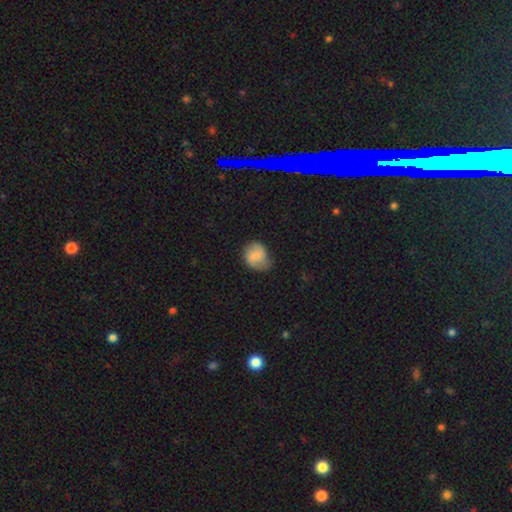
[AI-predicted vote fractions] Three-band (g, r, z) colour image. It shows a smooth galaxy with no disk features (69%) that is round (59%). Merging: none (57%).